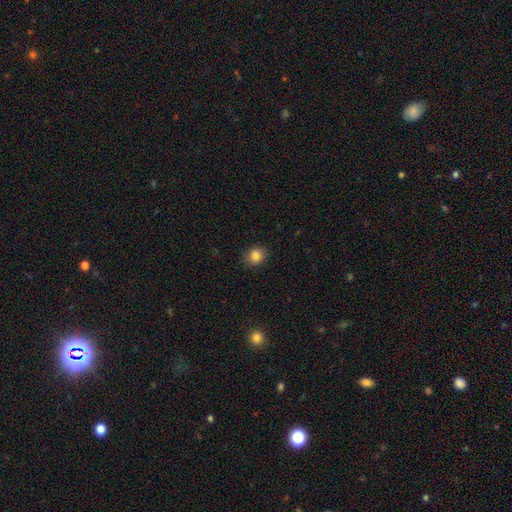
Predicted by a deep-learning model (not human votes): This appears to be a smooth galaxy with no disk features (85%) that is round (78%). Merging: none (88%).